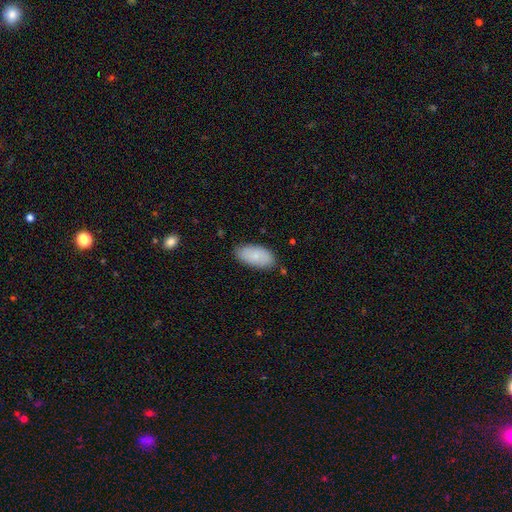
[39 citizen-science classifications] Smooth or featured: smooth — 82% (featured or disk — 15%)
How rounded: in between — 97% (round — 3%)
Merging: none — 89% (minor disturbance — 5%)